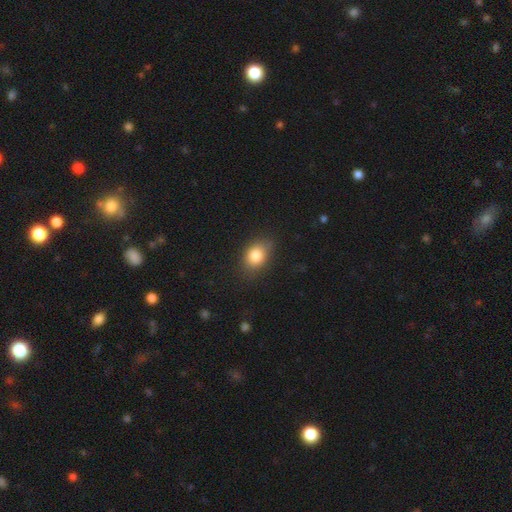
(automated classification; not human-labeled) Q: Smooth or featured?
A: smooth (82%); runner-up: star or artifact (9%)
Q: How rounded?
A: in between (69%); runner-up: round (29%)
Q: Merging?
A: none (79%); runner-up: minor disturbance (16%)